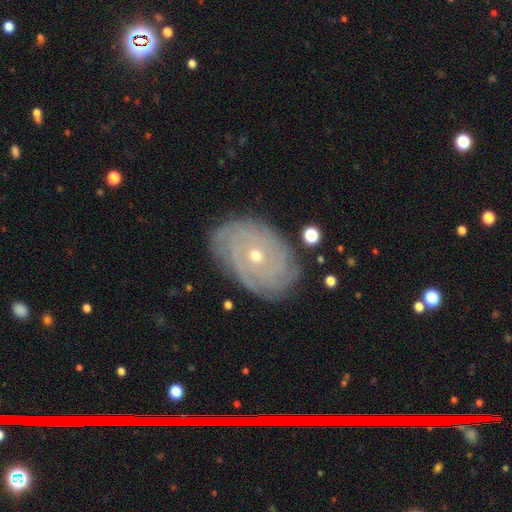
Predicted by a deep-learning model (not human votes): Smooth or featured? featured or disk (83%)
Edge-on disk? no (96%)
Bar? no (81%)
Spiral arms? yes (94%)
Spiral winding? tight (85%)
Spiral arm count? can't tell (37%)
Bulge size? small (60%)
Merging? none (83%)